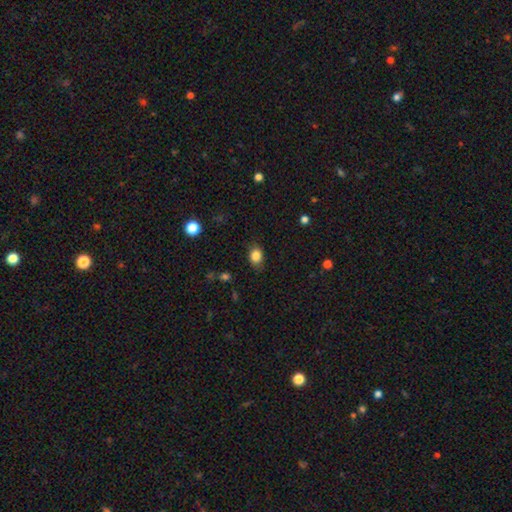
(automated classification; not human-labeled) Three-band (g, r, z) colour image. It shows a smooth galaxy with no disk features (85%) that is in between round and cigar-shaped (66%). Merging: none (80%).